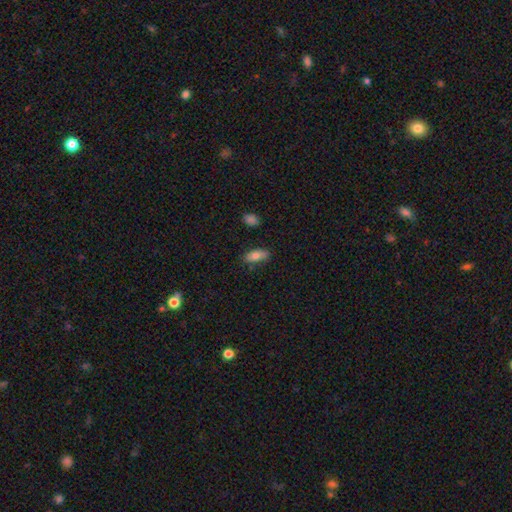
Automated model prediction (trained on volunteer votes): A smooth galaxy with no disk features (75%) that is in between round and cigar-shaped (85%). Merging: none (80%).